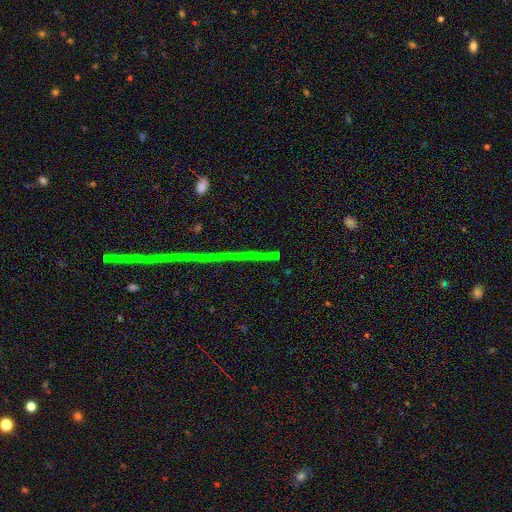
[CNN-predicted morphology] Q: Smooth or featured?
A: star or artifact (83%); runner-up: featured or disk (10%)